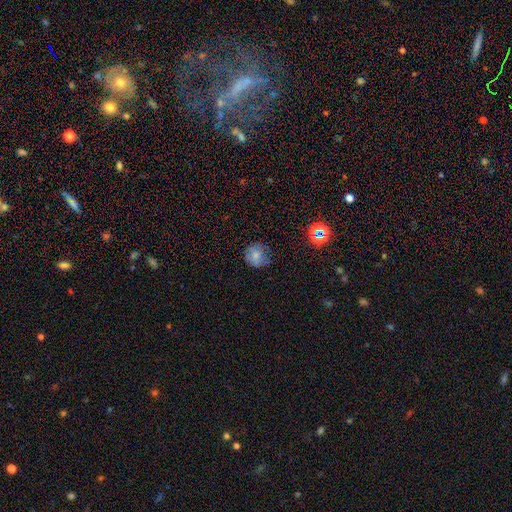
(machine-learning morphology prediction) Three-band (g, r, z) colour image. It shows a smooth galaxy with no disk features (68%) that is round (84%). Merging: none (65%).